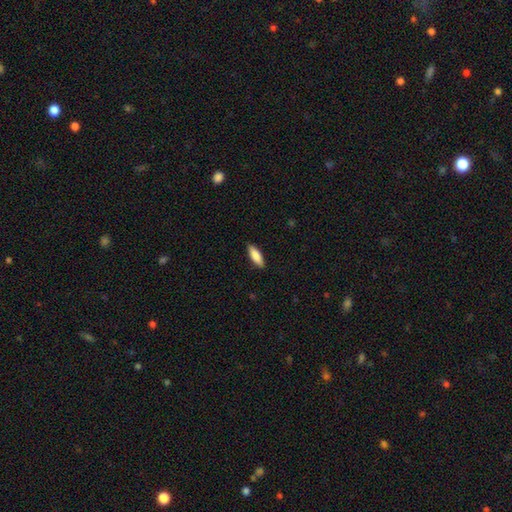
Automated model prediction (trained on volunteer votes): smooth 83%, featured or disk 11%, star or artifact 6%. Down the decision tree: how rounded — in between (57%); merging — none (88%).